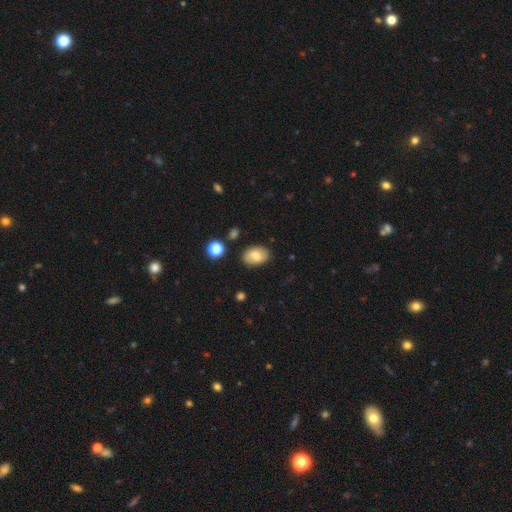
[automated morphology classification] Smooth or featured?
  - smooth: 78% *
  - featured or disk: 13%
  - star or artifact: 8%
How rounded?
  - in between: 85% *
  - round: 14%
  - cigar-shaped: 1%
Merging?
  - none: 84% *
  - minor disturbance: 11%
  - major disturbance: 3%
  - merger: 2%